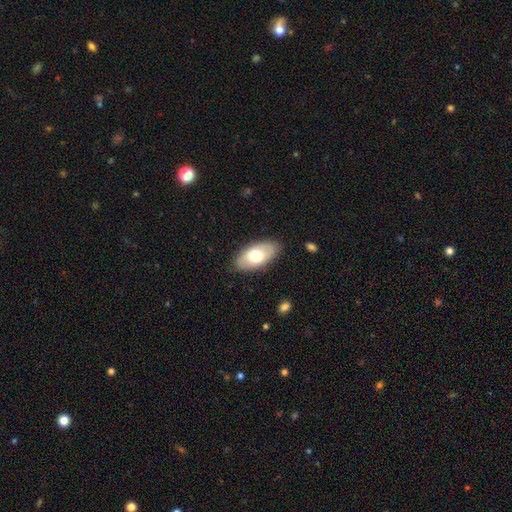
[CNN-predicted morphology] Smooth or featured: smooth — 71% (featured or disk — 24%)
How rounded: in between — 93% (cigar-shaped — 4%)
Merging: none — 86% (minor disturbance — 11%)